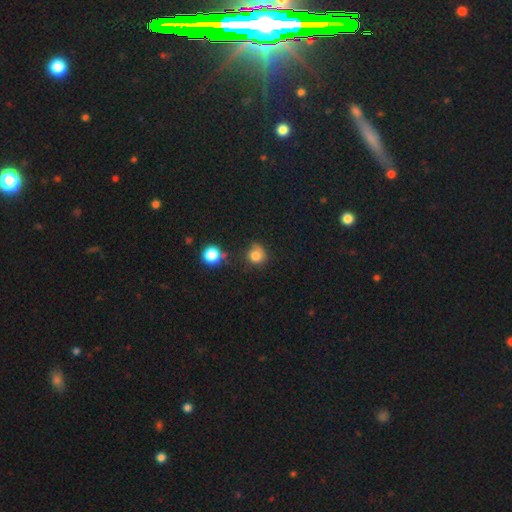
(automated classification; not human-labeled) Q: Smooth or featured?
A: smooth (78%); runner-up: star or artifact (13%)
Q: How rounded?
A: round (82%); runner-up: in between (17%)
Q: Merging?
A: none (56%); runner-up: minor disturbance (27%)